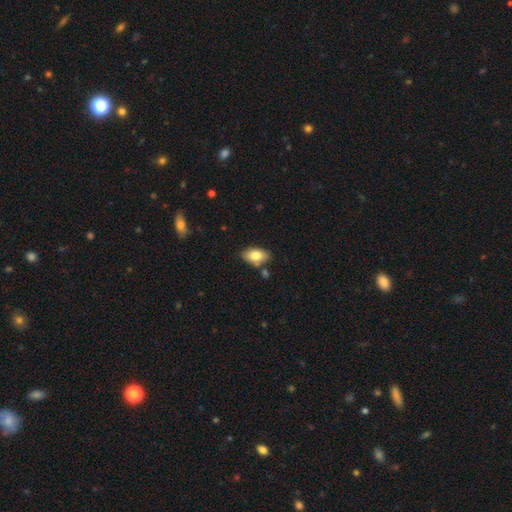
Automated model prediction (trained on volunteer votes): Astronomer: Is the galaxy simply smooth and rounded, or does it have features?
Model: smooth — 80%.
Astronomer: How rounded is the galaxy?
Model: in between — 92%.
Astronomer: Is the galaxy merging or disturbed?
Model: none — 77%.